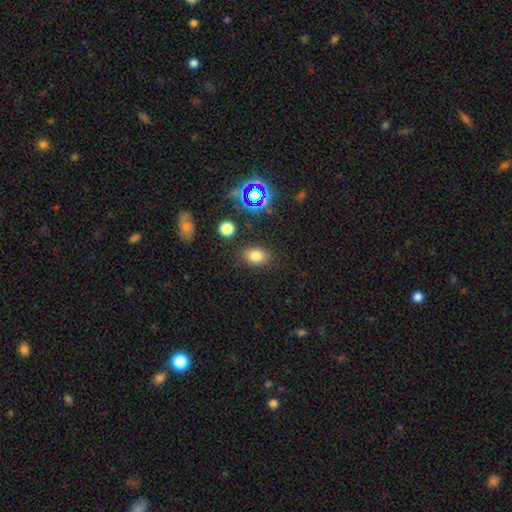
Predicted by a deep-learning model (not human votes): smooth_or_featured: smooth (p=0.76) [alt: star or artifact p=0.16]
how_rounded: in between (p=0.77) [alt: round p=0.22]
merging: none (p=0.83) [alt: minor disturbance p=0.11]